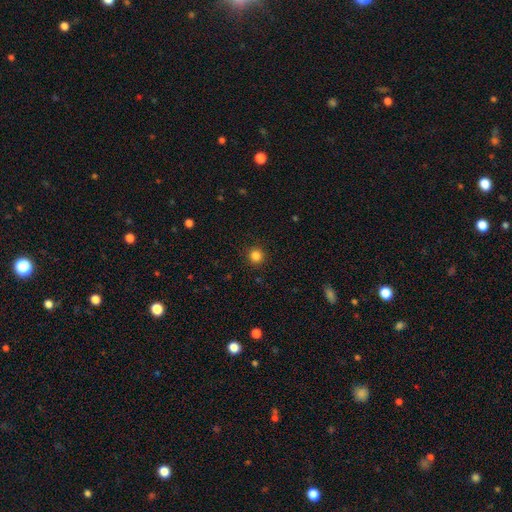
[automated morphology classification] Q: Smooth or featured?
A: smooth (84%); runner-up: star or artifact (12%)
Q: How rounded?
A: round (94%); runner-up: in between (5%)
Q: Merging?
A: none (91%); runner-up: minor disturbance (6%)